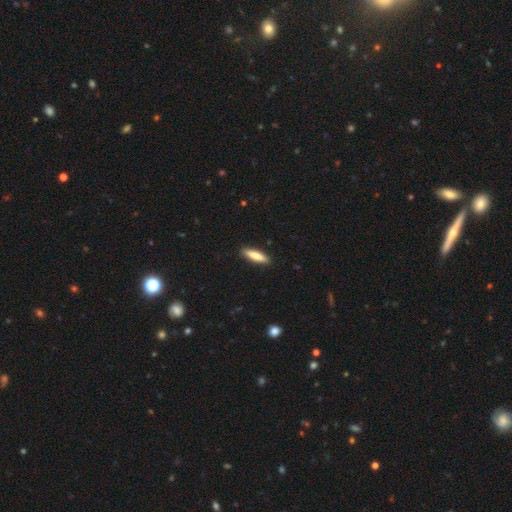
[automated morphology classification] Overall: smooth (78%). How rounded: cigar-shaped (69%). Merging: none (90%).